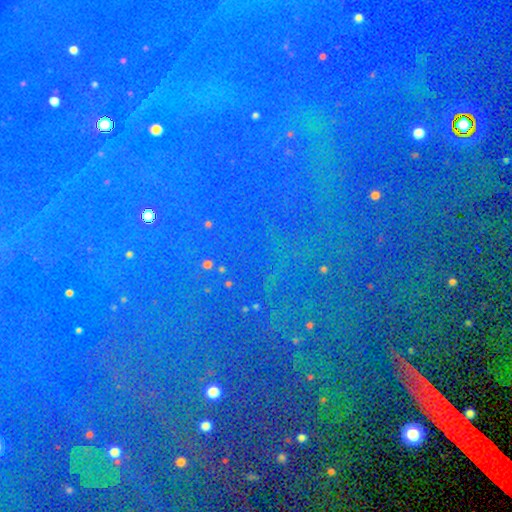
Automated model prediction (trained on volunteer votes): A star or artifact, not a galaxy (80%).

Vote fractions:
- Smooth or featured? star or artifact: 80% / smooth: 11% / featured or disk: 9%